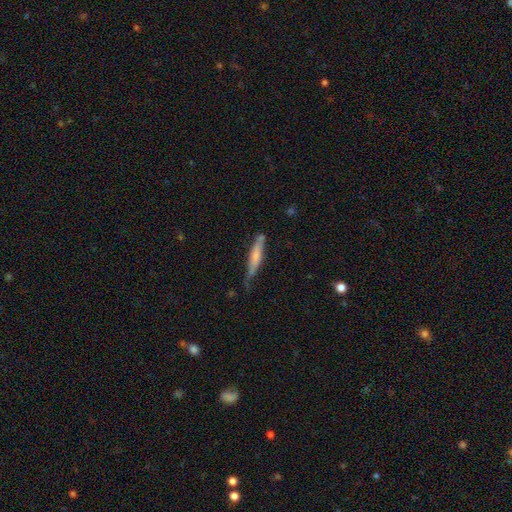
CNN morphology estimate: type=smooth (56%); roundness=cigar-shaped (88%); merging=none (58%).